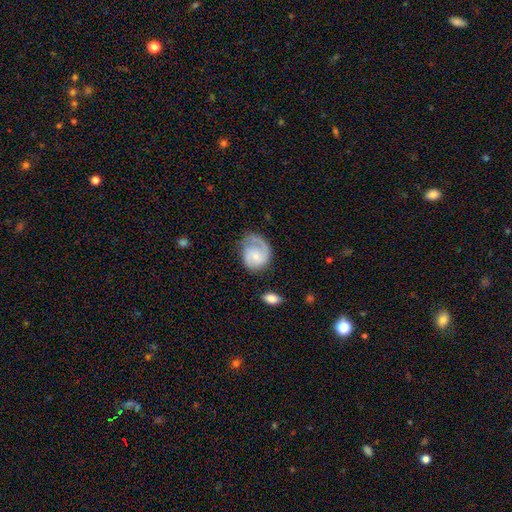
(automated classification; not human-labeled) Smooth or featured?
  - featured or disk: 73% *
  - smooth: 22%
  - star or artifact: 5%
Edge-on disk?
  - no: 98% *
  - yes: 2%
Bar?
  - no: 62% *
  - weak: 33%
  - strong: 5%
Spiral arms?
  - yes: 94% *
  - no: 6%
Spiral winding?
  - medium: 42% *
  - tight: 40%
  - loose: 18%
Spiral arm count?
  - 2: 47% *
  - 1: 40%
  - can't tell: 8%
  - 3: 2%
  - 4: 1%
  - more than 4: 1%
Bulge size?
  - small: 59% *
  - moderate: 32%
  - none: 6%
  - large: 2%
  - dominant: 1%
Merging?
  - none: 58% *
  - minor disturbance: 24%
  - major disturbance: 15%
  - merger: 3%